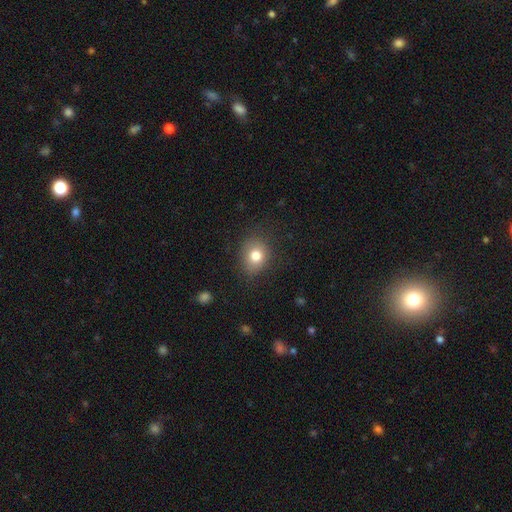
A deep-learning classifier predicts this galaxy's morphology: type=smooth (79%); roundness=round (62%); merging=none (79%).